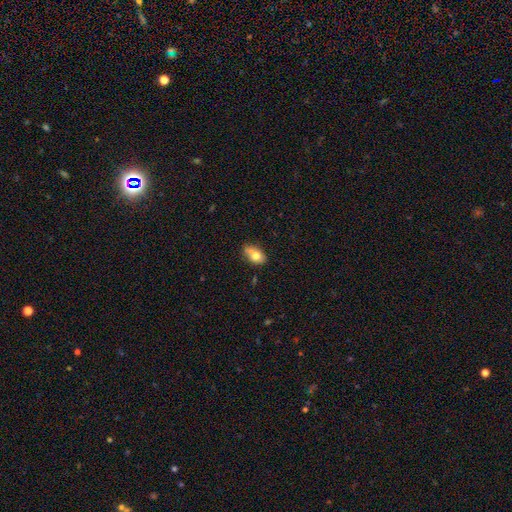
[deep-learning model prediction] Morphology: type=smooth (74%); roundness=in between (84%); merging=none (50%).